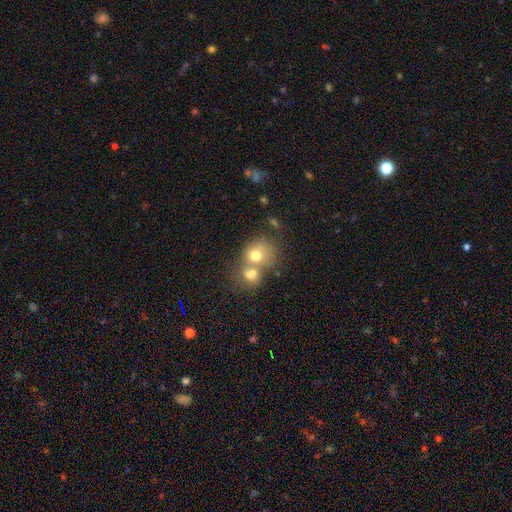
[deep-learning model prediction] Smooth or featured? smooth (68%)
How rounded? round (68%)
Merging? merger (62%)